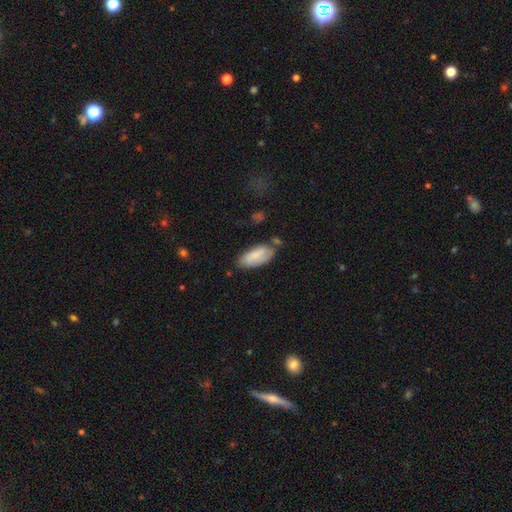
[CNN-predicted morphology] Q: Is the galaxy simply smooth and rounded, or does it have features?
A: smooth — 78%.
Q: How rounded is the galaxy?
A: in between — 87%.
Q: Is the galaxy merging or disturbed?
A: none — 59%.